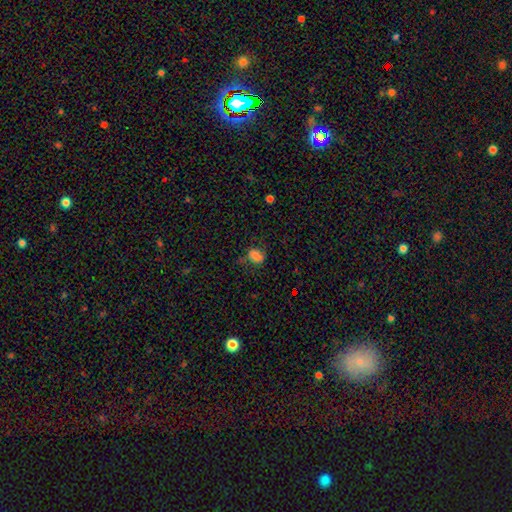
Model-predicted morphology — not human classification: This appears to be a smooth galaxy with no disk features (77%) that is in between round and cigar-shaped (63%). Merging: none (58%).